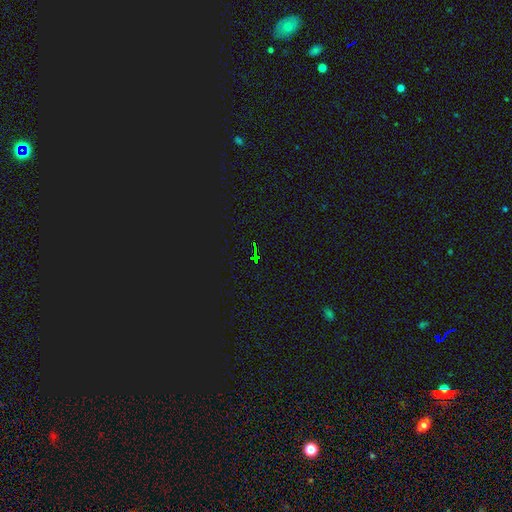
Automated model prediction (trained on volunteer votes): Q: Smooth or featured?
A: star or artifact (80%); runner-up: smooth (11%)